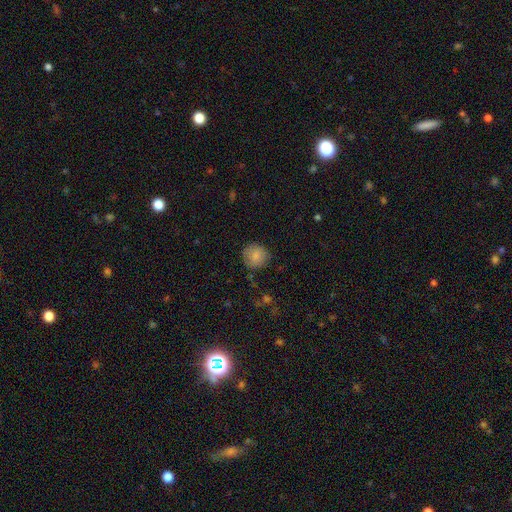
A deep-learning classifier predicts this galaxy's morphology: Overall: smooth (83%). How rounded: round (90%). Merging: none (80%).